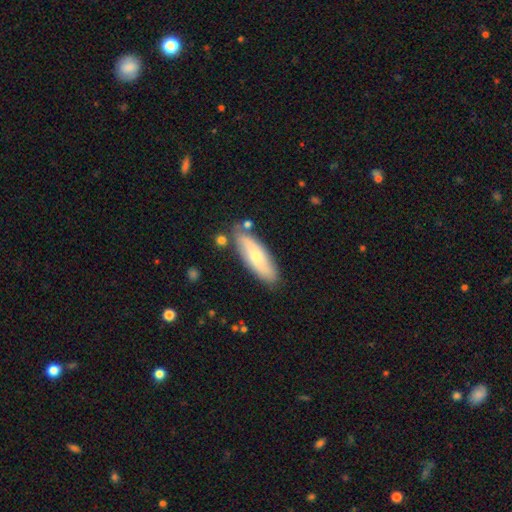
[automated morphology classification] The model was most divided on "how rounded": in between: 52%, cigar-shaped: 45%, round: 2%. More confident: merging — none (81%); smooth or featured — smooth (55%).